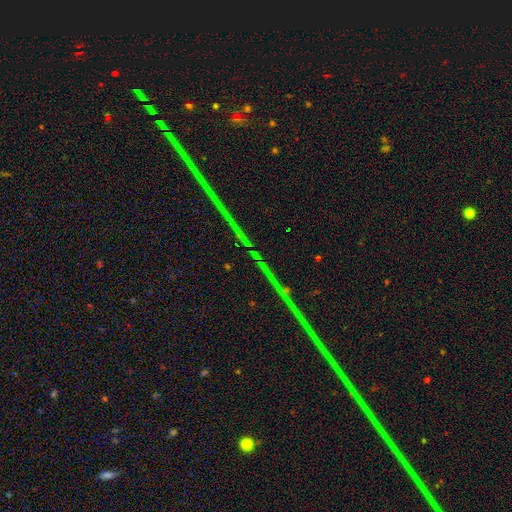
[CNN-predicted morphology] Smooth or featured? star or artifact (82%)